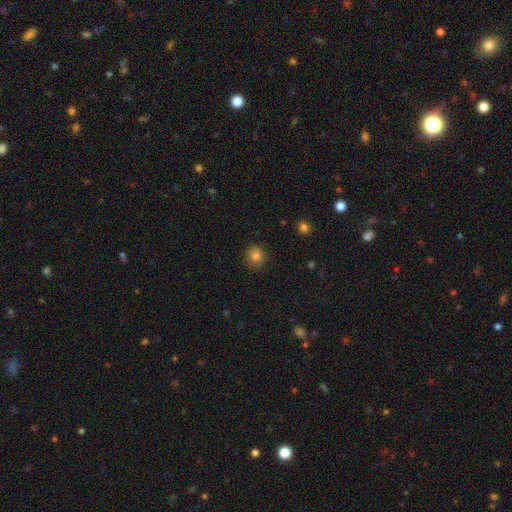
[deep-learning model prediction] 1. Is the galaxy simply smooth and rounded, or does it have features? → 83% smooth, 12% star or artifact, 6% featured or disk.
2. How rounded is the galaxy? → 87% round, 12% in between, 1% cigar-shaped.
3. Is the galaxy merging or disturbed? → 86% none, 10% minor disturbance, 2% major disturbance, 1% merger.